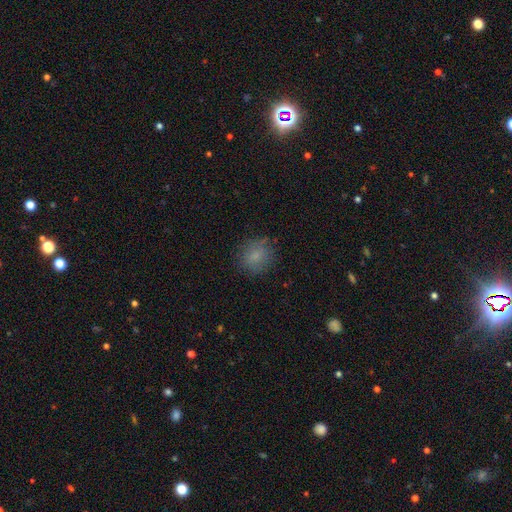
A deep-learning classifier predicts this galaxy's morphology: type=smooth (78%); roundness=round (75%); merging=none (76%).